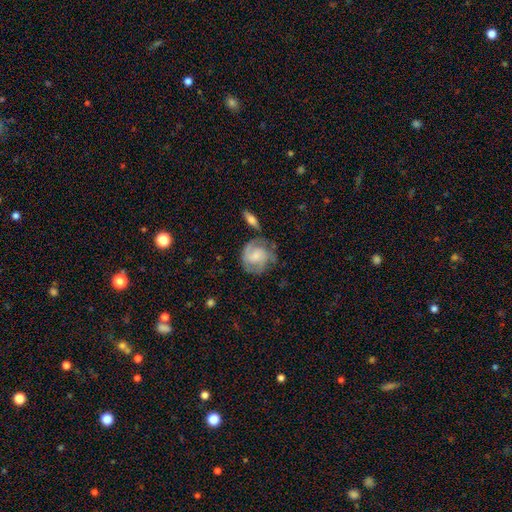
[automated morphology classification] featured or disk 67%, smooth 27%, star or artifact 6%. Down the decision tree: edge-on disk — no (97%); bar — no (61%); spiral arms — yes (90%); spiral arm count — 2 (49%); spiral winding — tight (43%); bulge size — small (36%); merging — none (63%).